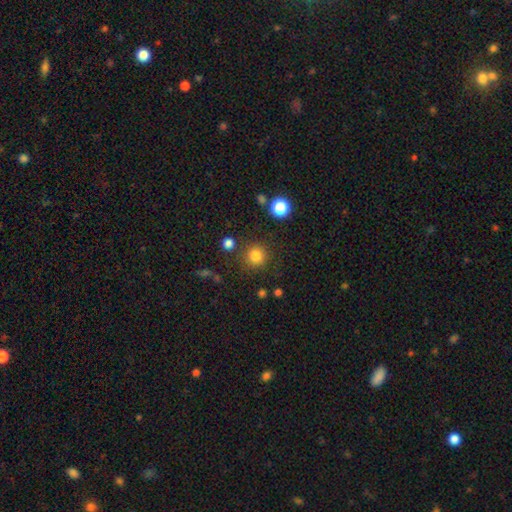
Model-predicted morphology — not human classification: smooth_or_featured: smooth (p=0.83) [alt: star or artifact p=0.13]
how_rounded: round (p=0.92) [alt: in between p=0.07]
merging: none (p=0.84) [alt: minor disturbance p=0.08]